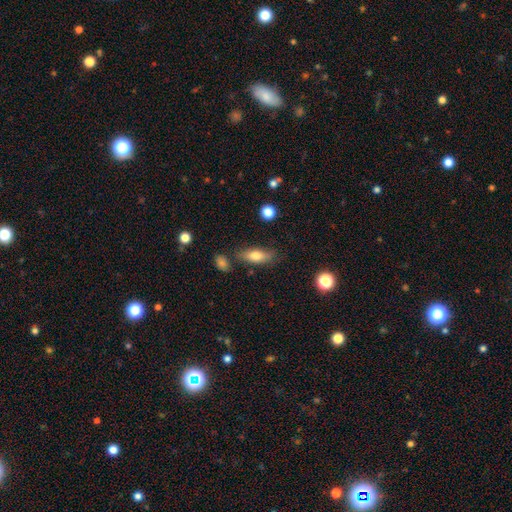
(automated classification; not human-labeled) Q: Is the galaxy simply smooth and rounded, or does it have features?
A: smooth — 73%.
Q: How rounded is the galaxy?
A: in between — 71%.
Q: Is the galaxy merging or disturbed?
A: none — 71%.